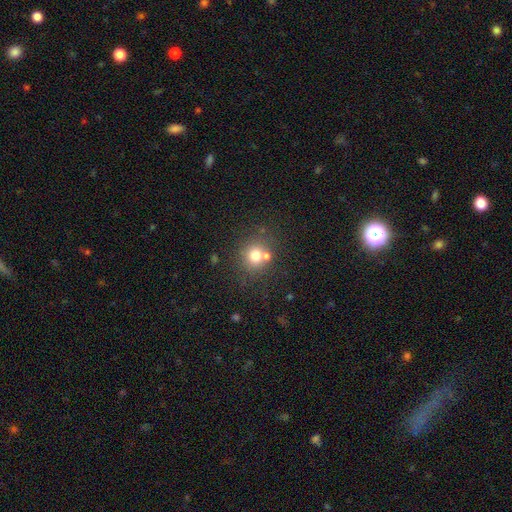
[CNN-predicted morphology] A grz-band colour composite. It shows a smooth galaxy with no disk features (73%) that is round (87%). Merging: none (64%).